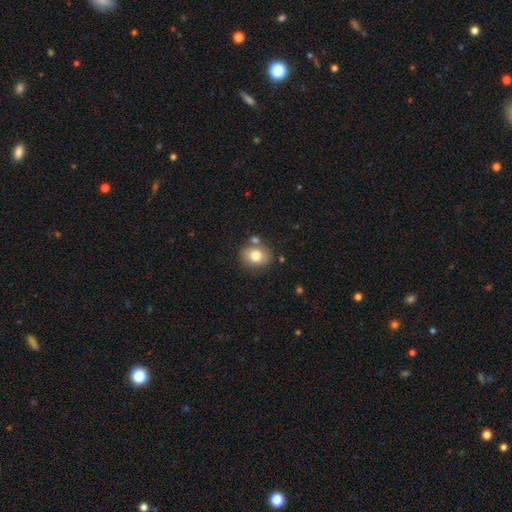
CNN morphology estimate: The model was most divided on "how rounded": round: 60%, in between: 39%, cigar-shaped: 1%. More confident: smooth or featured — smooth (78%); merging — none (74%).